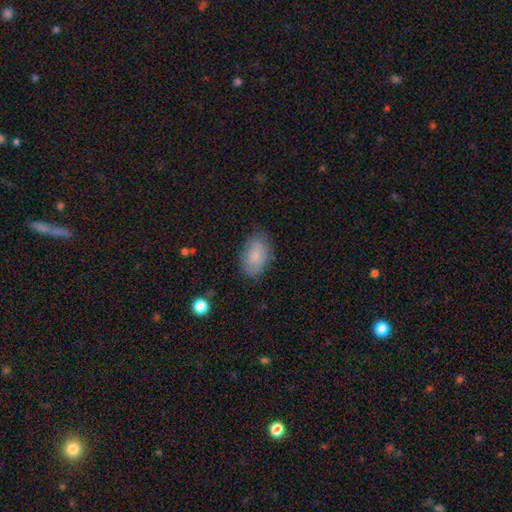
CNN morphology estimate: Smooth or featured? Predicted: smooth (p=0.82). How rounded? Predicted: in between (p=0.92). Merging? Predicted: none (p=0.80).